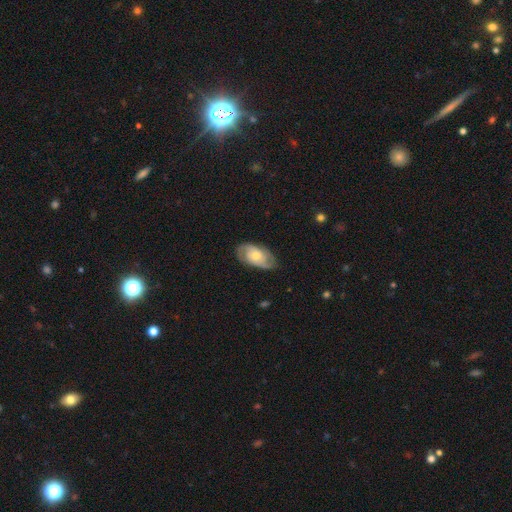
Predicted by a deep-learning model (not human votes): A featured or disk galaxy (69%) with no bar (73%), 2 (65%) tight (46%) spiral arms (87%) and a moderate central bulge (56%). Merging: none (76%).